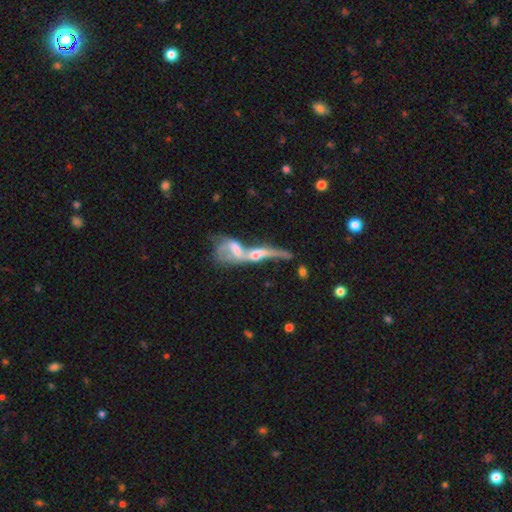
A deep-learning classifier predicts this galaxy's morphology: This is likely a featured or disk galaxy (65%). It is likely not viewed edge-on (67%). Merging: likely merger (74%).